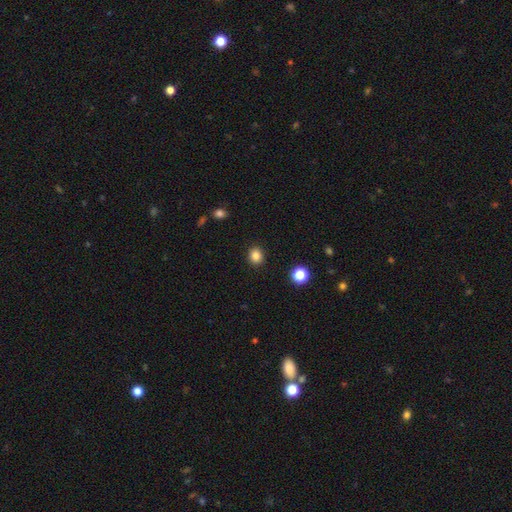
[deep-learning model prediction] smooth-or-featured: smooth: 83% | star or artifact: 12% | featured or disk: 5%
  how-rounded: round: 74% | in between: 25% | cigar-shaped: 1%
  merging: none: 91% | minor disturbance: 6% | major disturbance: 2% | merger: 1%